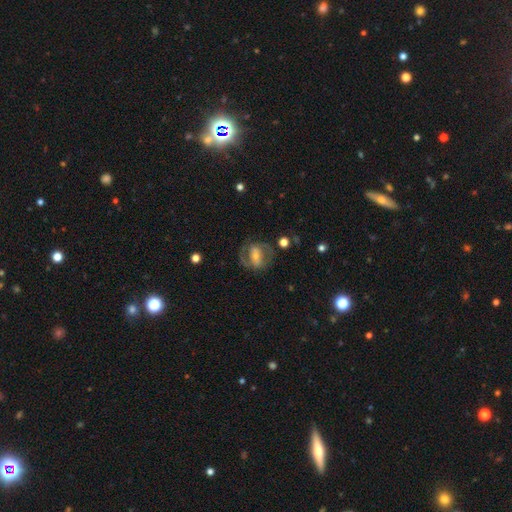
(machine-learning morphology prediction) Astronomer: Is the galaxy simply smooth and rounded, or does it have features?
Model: featured or disk — 66%.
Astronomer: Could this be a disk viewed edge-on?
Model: no — 95%.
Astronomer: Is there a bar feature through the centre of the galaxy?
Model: strong — 36% (runner-up: weak, 33%).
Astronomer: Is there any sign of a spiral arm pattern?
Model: yes — 65%.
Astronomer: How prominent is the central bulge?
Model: small — 48% (runner-up: moderate, 38%).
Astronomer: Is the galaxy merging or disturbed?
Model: none — 67%.